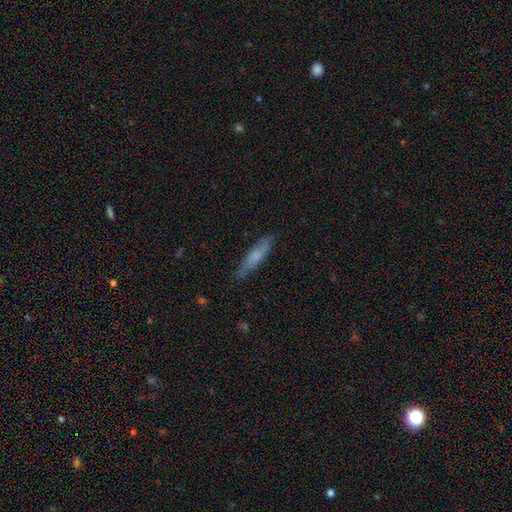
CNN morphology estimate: This appears to be a smooth galaxy with no disk features (67%) that is cigar-shaped (82%). Merging: none (83%).